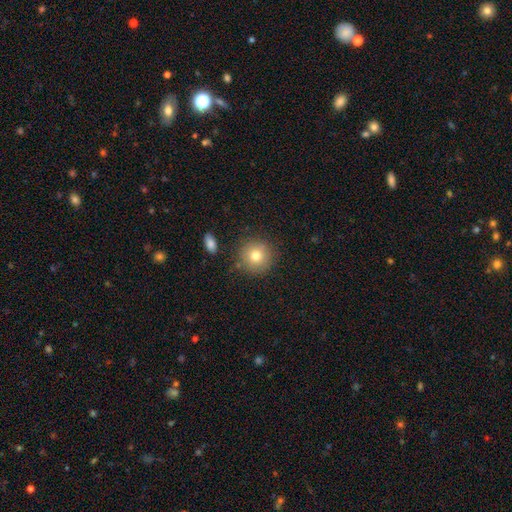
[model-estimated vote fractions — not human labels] Morphology: type=smooth (79%); roundness=round (93%); merging=none (84%).